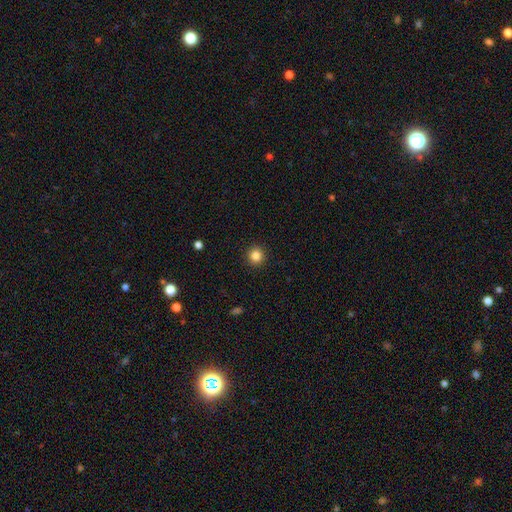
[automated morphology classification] type=smooth (84%); roundness=round (94%); merging=none (93%).